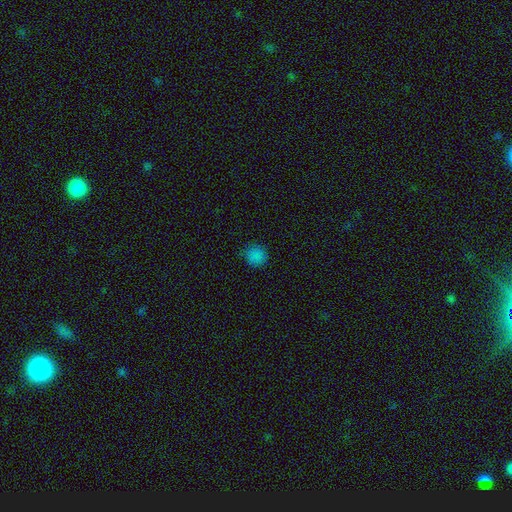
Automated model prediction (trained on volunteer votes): This is clearly a smooth galaxy (82%). How rounded: clearly round (91%). Merging: clearly none (85%).